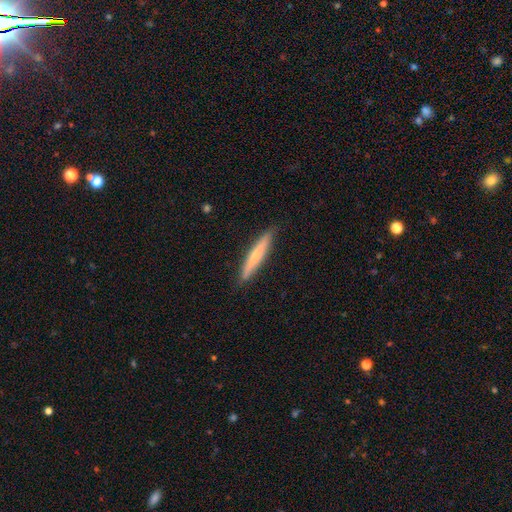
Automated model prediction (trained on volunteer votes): This appears to be a smooth galaxy with no disk features (52%) that is cigar-shaped (94%). Merging: none (89%).